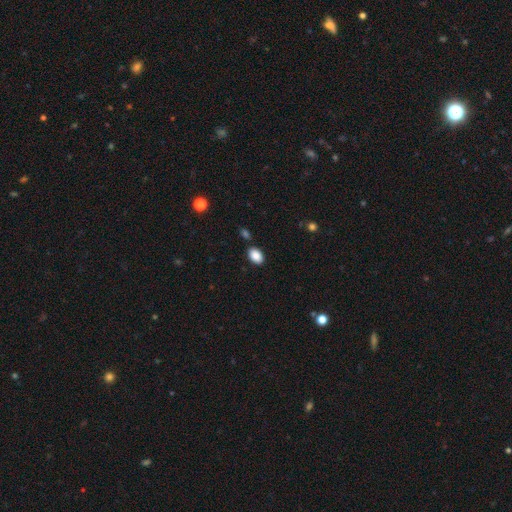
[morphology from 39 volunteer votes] Smooth or featured?
  - smooth: 87% *
  - star or artifact: 8%
  - featured or disk: 5%
How rounded?
  - in between: 82% *
  - round: 18%
  - cigar-shaped: 0%
Merging?
  - none: 75% *
  - minor disturbance: 8%
  - major disturbance: 8%
  - merger: 8%